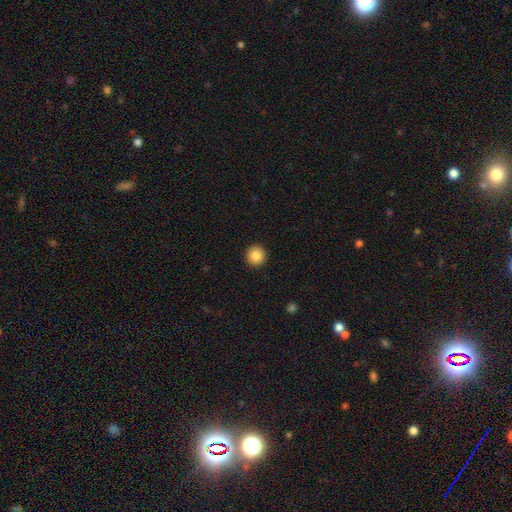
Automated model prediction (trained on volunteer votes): Smooth or featured? Predicted: smooth (p=0.86). How rounded? Predicted: round (p=0.95). Merging? Predicted: none (p=0.93).